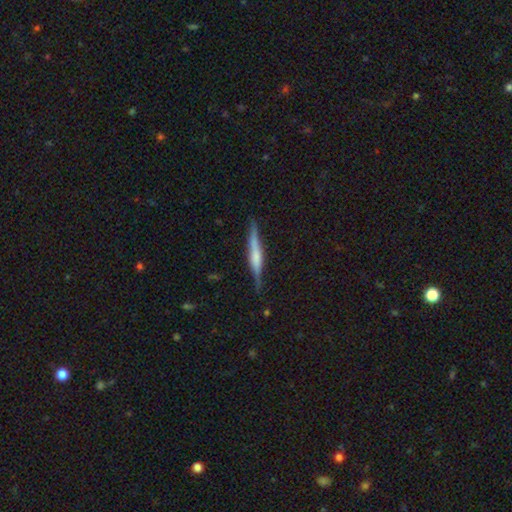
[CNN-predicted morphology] A featured or disk galaxy (64%) viewed edge-on (97%) with a rounded central bulge (45%). Merging: none (85%).